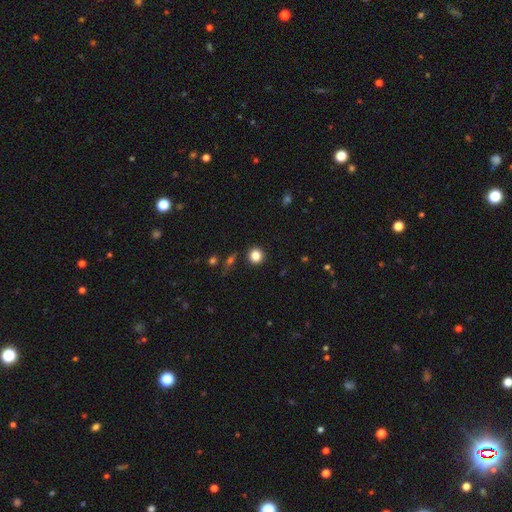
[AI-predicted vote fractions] This is clearly a smooth galaxy (84%). How rounded: clearly round (93%). Merging: clearly none (91%).